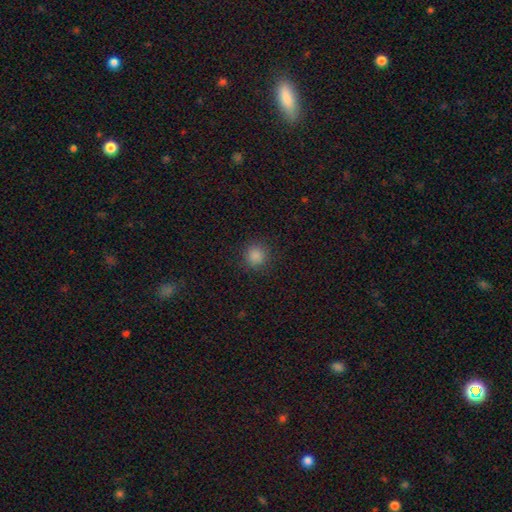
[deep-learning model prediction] Smooth or featured: smooth — 85% (star or artifact — 13%)
How rounded: round — 92% (in between — 7%)
Merging: none — 90% (minor disturbance — 7%)